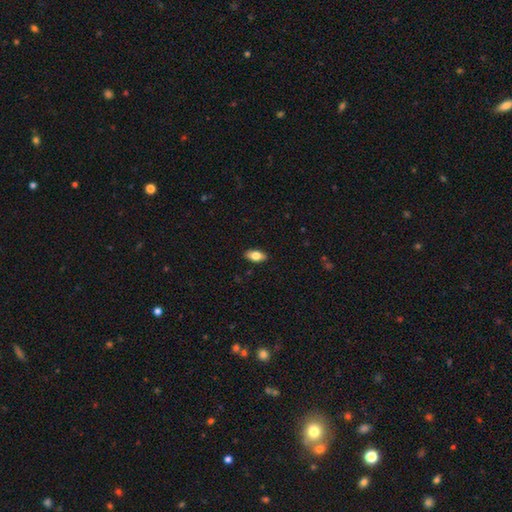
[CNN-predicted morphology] This appears to be a smooth galaxy with no disk features (79%) that is in between round and cigar-shaped (91%). Merging: none (89%).